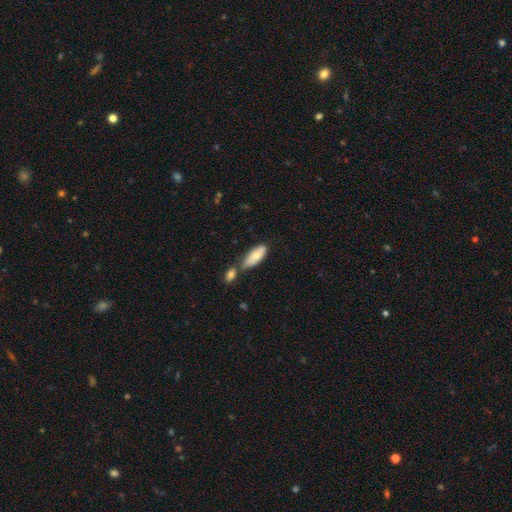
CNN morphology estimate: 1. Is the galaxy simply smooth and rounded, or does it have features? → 76% smooth, 18% featured or disk, 6% star or artifact.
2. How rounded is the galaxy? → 80% in between, 18% cigar-shaped, 2% round.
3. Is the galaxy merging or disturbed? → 46% none, 34% merger, 16% minor disturbance, 4% major disturbance.